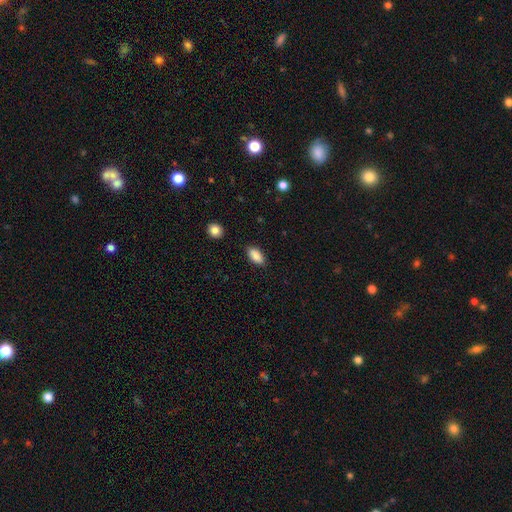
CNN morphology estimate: Smooth or featured? smooth (89%)
How rounded? in between (91%)
Merging? none (87%)